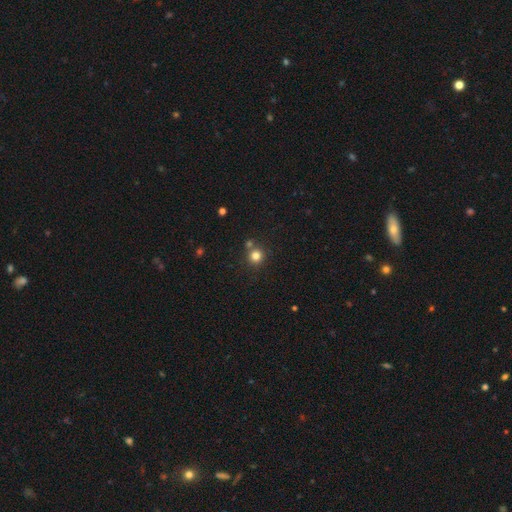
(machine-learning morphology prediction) smooth_or_featured: smooth (p=0.80) [alt: star or artifact p=0.14]
how_rounded: round (p=0.92) [alt: in between p=0.07]
merging: none (p=0.72) [alt: merger p=0.17]